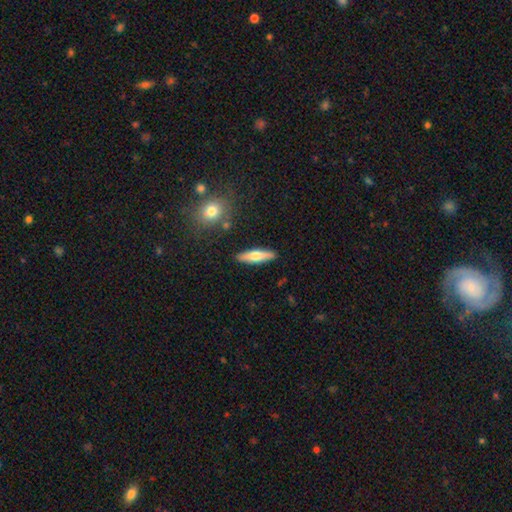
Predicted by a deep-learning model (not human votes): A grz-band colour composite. It shows a smooth galaxy with no disk features (61%) that is cigar-shaped (71%). Merging: none (88%).